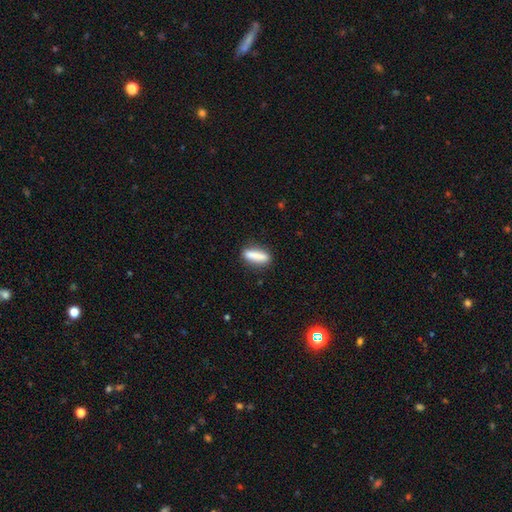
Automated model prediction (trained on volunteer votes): Q: Smooth or featured?
A: smooth (82%); runner-up: featured or disk (11%)
Q: How rounded?
A: cigar-shaped (68%); runner-up: in between (30%)
Q: Merging?
A: none (86%); runner-up: minor disturbance (9%)